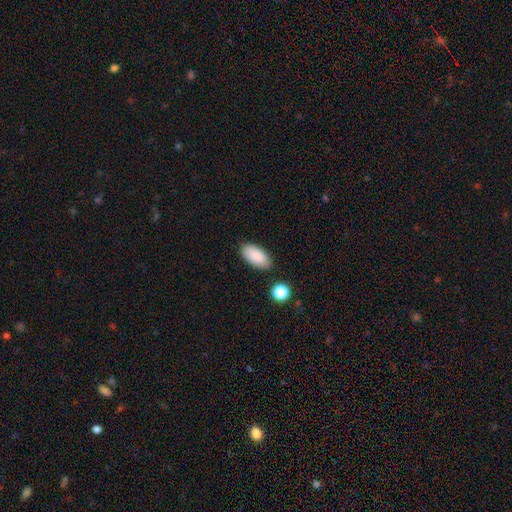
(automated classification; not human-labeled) Q: Smooth or featured?
A: smooth (89%); runner-up: star or artifact (6%)
Q: How rounded?
A: in between (94%); runner-up: cigar-shaped (4%)
Q: Merging?
A: none (85%); runner-up: minor disturbance (10%)